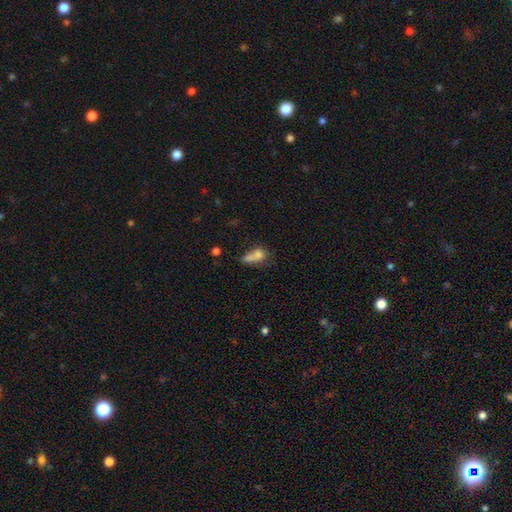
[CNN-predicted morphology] Smooth or featured? Predicted: smooth (p=0.72). How rounded? Predicted: in between (p=0.71). Merging? Predicted: merger (p=0.30).